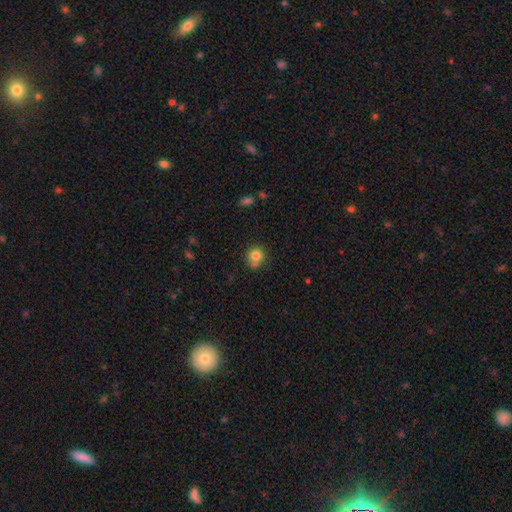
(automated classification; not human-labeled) Overall: smooth (81%). How rounded: round (85%). Merging: none (65%).